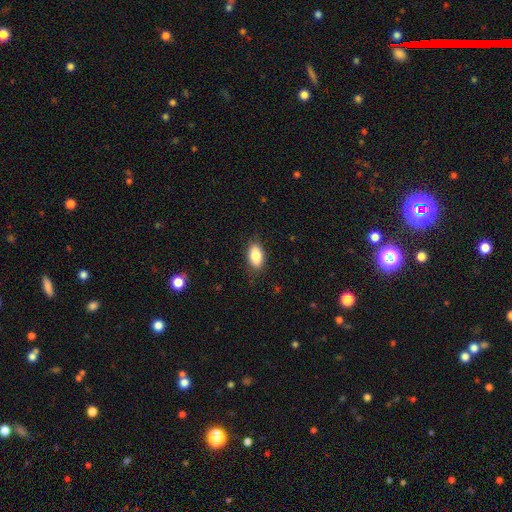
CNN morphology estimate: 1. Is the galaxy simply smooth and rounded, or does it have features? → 85% smooth, 8% featured or disk, 7% star or artifact.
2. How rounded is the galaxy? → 91% in between, 5% round, 4% cigar-shaped.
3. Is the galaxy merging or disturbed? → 84% none, 13% minor disturbance, 3% major disturbance, 1% merger.